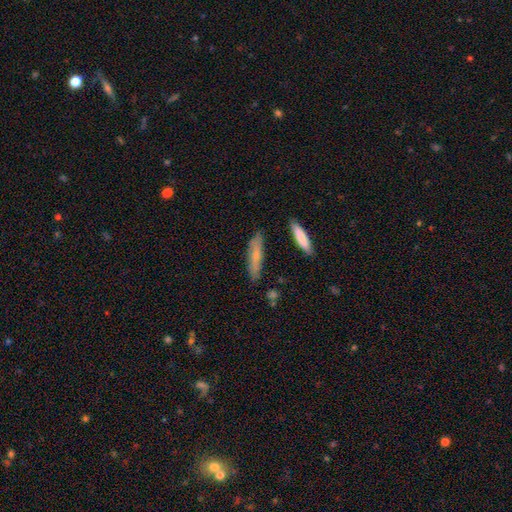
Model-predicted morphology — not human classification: Smooth or featured: smooth — 63% (featured or disk — 30%)
How rounded: cigar-shaped — 75% (in between — 23%)
Merging: none — 81% (minor disturbance — 14%)